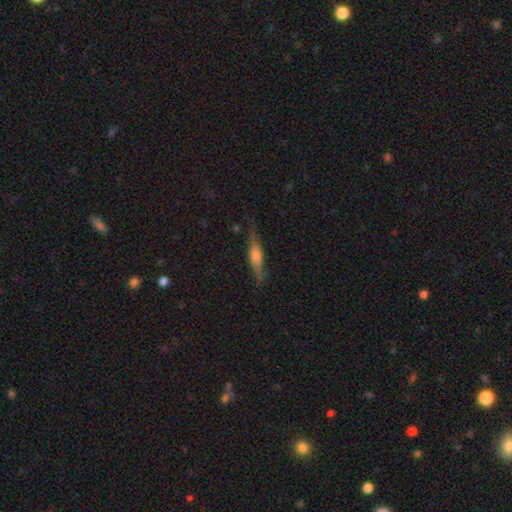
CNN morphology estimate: A featured or disk galaxy (52%) viewed edge-on (92%). Merging: none (78%).